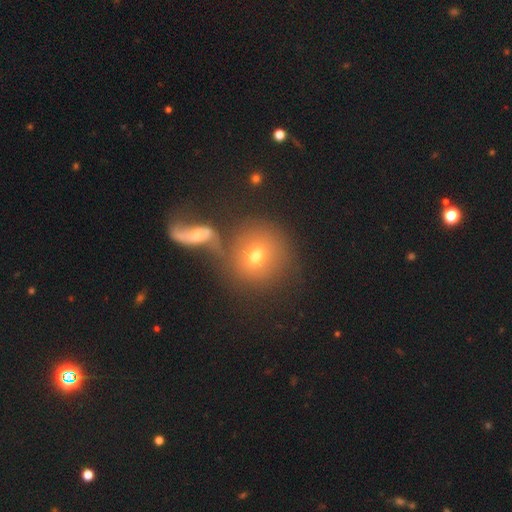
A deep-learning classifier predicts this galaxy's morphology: Smooth or featured: smooth — 64% (featured or disk — 24%)
How rounded: round — 77% (in between — 21%)
Merging: none — 52% (merger — 27%)